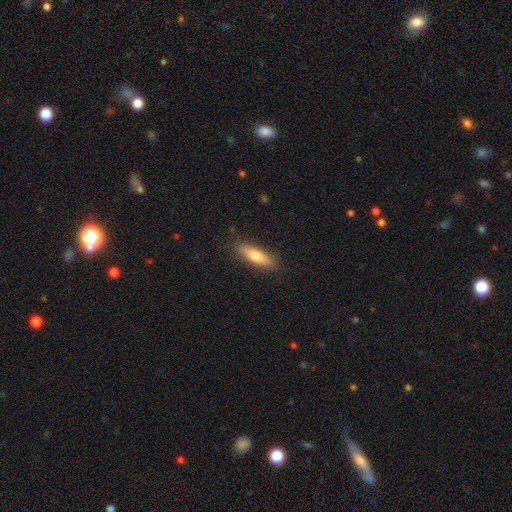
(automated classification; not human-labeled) A smooth galaxy with no disk features (77%) that is cigar-shaped (58%).

Vote fractions:
- Smooth or featured? smooth: 77% / featured or disk: 18% / star or artifact: 6%
- How rounded? cigar-shaped: 58% / in between: 40% / round: 2%
- Merging? none: 87% / minor disturbance: 10% / major disturbance: 2% / merger: 1%